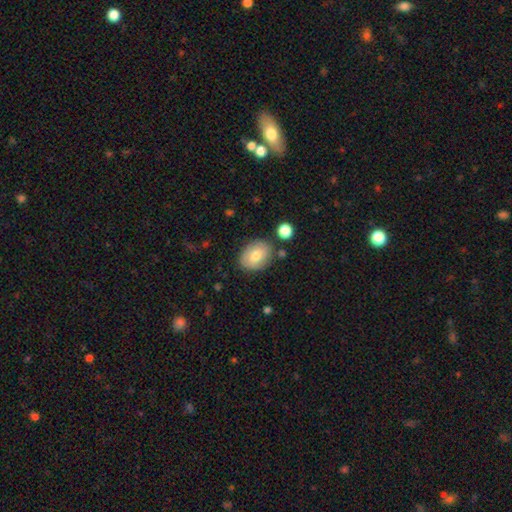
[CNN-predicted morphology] This appears to be a smooth galaxy with no disk features (75%) that is in between round and cigar-shaped (61%). Merging: none (79%).